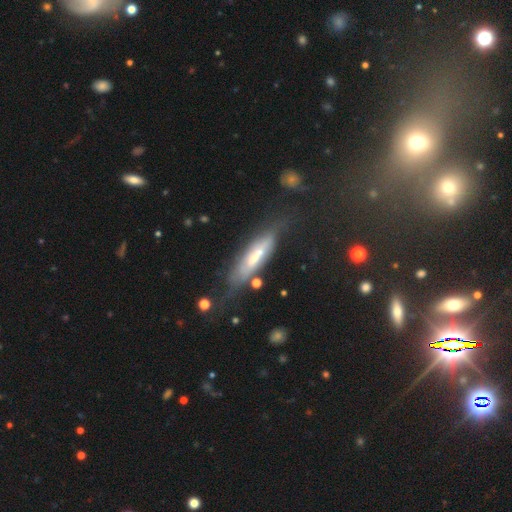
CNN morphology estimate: The model was most divided on "edge-on disk": yes: 56%, no: 44%. More confident: smooth or featured — featured or disk (63%); merging — none (57%).